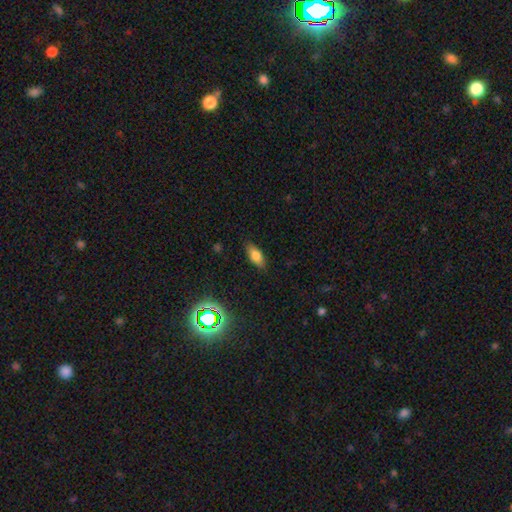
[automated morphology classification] This appears to be a smooth galaxy with no disk features (73%) that is in between round and cigar-shaped (80%). Merging: none (84%).